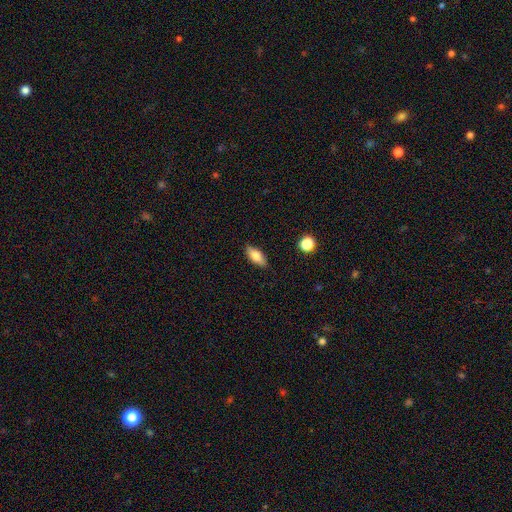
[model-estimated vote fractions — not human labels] The model was most divided on "smooth or featured": smooth: 79%, featured or disk: 14%, star or artifact: 7%. More confident: merging — none (85%); how rounded — in between (84%).